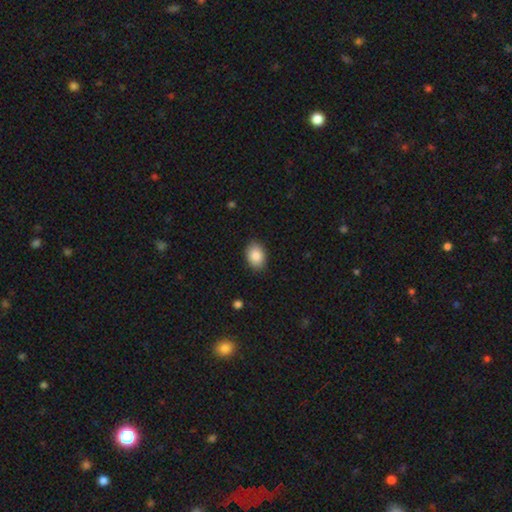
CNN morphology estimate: This is clearly a smooth galaxy (87%). How rounded: likely in between (77%). Merging: clearly none (87%).